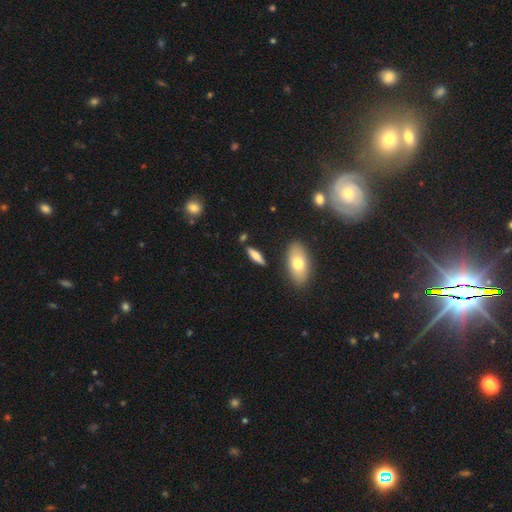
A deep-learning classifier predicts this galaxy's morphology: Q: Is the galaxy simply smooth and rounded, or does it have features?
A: smooth — 69%.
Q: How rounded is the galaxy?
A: cigar-shaped — 53%.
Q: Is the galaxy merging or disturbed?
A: none — 83%.